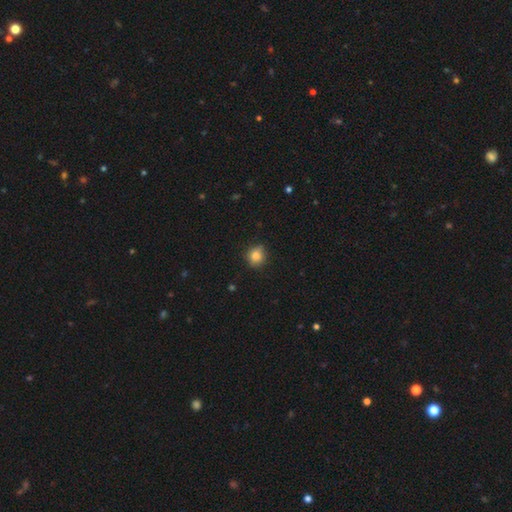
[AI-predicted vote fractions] This appears to be a smooth galaxy with no disk features (81%) that is round (85%). Merging: none (80%).